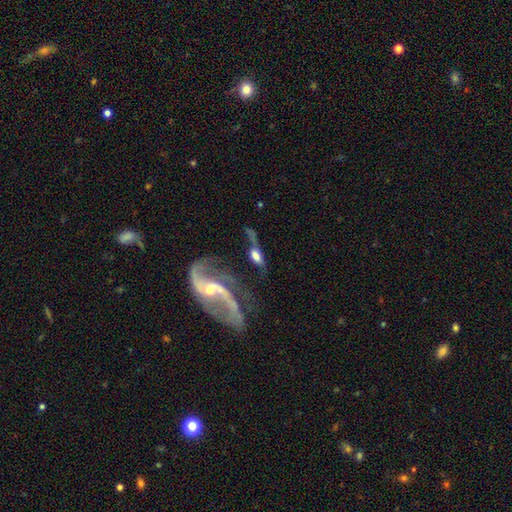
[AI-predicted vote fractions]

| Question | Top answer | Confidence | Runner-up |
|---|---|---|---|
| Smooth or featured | featured or disk | 64% | smooth (27%) |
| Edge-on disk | no | 77% | yes (23%) |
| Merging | none | 31% | merger (30%) |